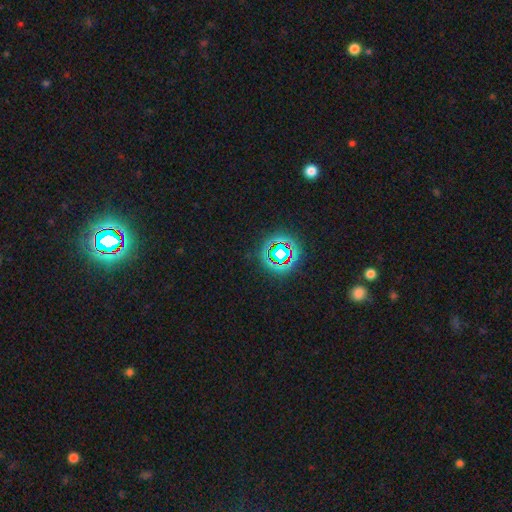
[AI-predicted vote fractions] Smooth or featured? star or artifact (75%)